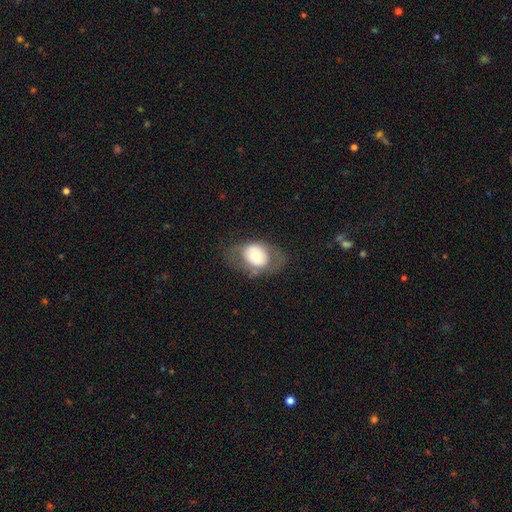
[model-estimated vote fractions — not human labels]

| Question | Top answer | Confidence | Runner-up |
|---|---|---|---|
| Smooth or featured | smooth | 55% | featured or disk (38%) |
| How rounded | in between | 59% | round (40%) |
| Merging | none | 66% | minor disturbance (18%) |